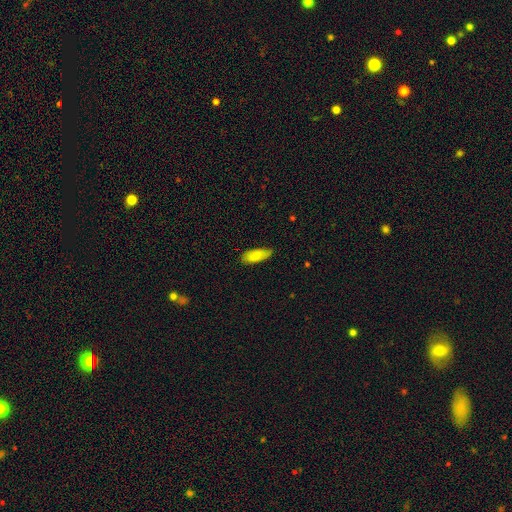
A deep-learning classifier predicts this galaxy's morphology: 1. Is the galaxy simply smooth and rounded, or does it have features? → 84% smooth, 10% featured or disk, 6% star or artifact.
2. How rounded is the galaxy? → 73% in between, 26% cigar-shaped, 2% round.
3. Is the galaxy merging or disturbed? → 79% none, 17% minor disturbance, 3% major disturbance, 1% merger.